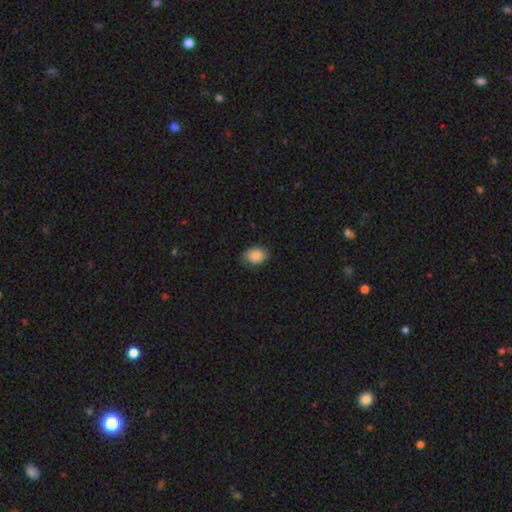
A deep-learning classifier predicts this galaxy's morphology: Smooth or featured? smooth (87%)
How rounded? in between (74%)
Merging? none (76%)